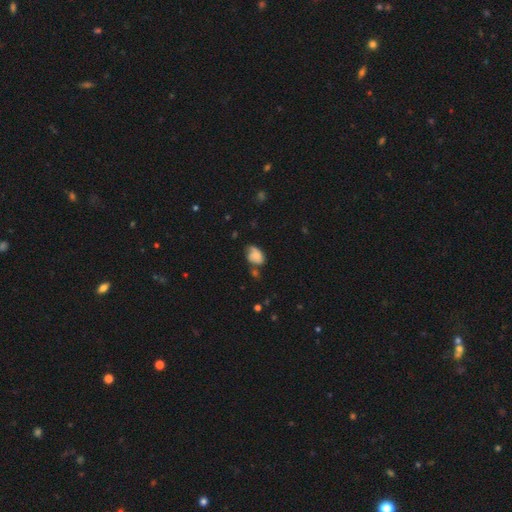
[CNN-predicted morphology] This is possibly a smooth galaxy (60%). How rounded: likely in between (79%). Merging: marginally none (41%).